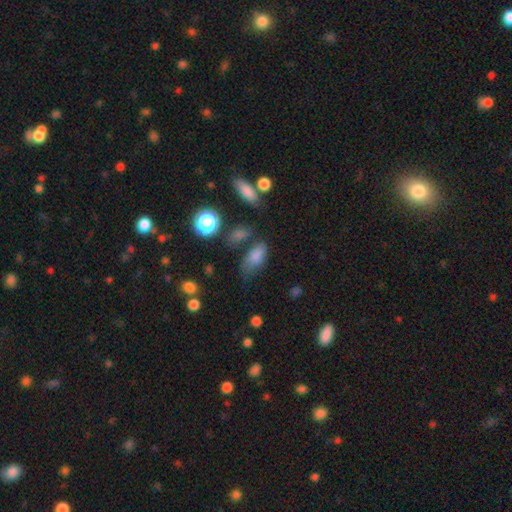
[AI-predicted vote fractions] Smooth or featured?
  - smooth: 75% *
  - star or artifact: 13%
  - featured or disk: 11%
How rounded?
  - in between: 85% *
  - round: 8%
  - cigar-shaped: 7%
Merging?
  - none: 52% *
  - minor disturbance: 25%
  - major disturbance: 13%
  - merger: 10%